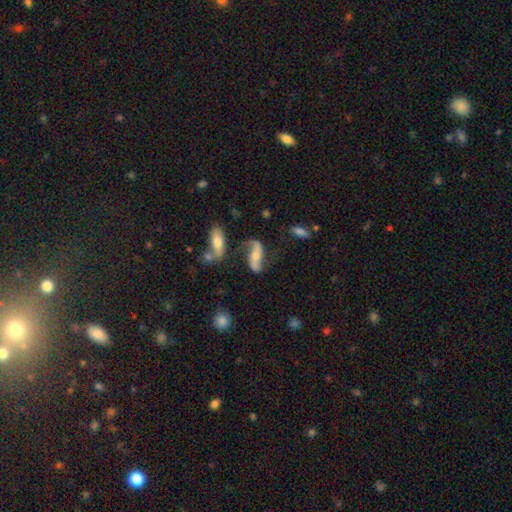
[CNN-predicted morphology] Smooth or featured? featured or disk (78%)
Edge-on disk? no (91%)
Bar? no (44%)
Spiral arms? yes (93%)
Spiral winding? loose (79%)
Spiral arm count? 2 (92%)
Bulge size? moderate (42%, tied with small)
Merging? none (63%)